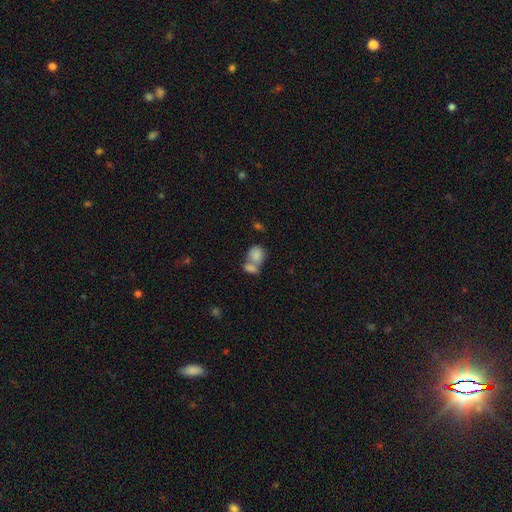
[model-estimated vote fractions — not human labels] This is clearly a smooth galaxy (80%). How rounded: possibly round (50%). Merging: likely merger (62%).